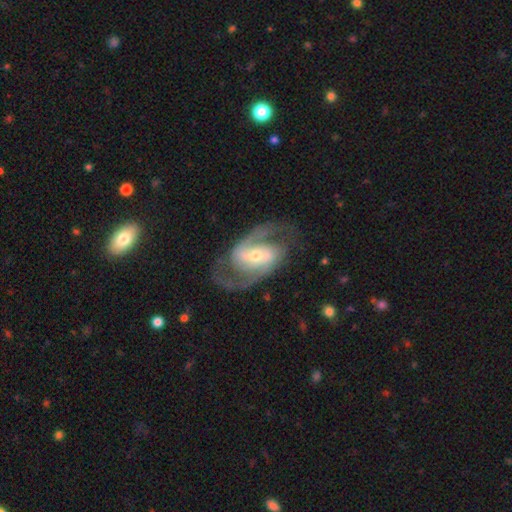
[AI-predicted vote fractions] A featured or disk galaxy (89%) with a weak bar (41%), 2 (90%) medium (57%) spiral arms (95%) and a moderate central bulge (49%).

Vote fractions:
- Smooth or featured? featured or disk: 89% / smooth: 7% / star or artifact: 5%
- Edge-on disk? no: 97% / yes: 3%
- Bar? weak: 41% / no: 31% / strong: 28%
- Spiral arms? yes: 95% / no: 5%
- Spiral winding? medium: 57% / loose: 23% / tight: 20%
- Spiral arm count? 2: 90% / can't tell: 4% / 3: 2% / 1: 2% / 4: 1% / more than 4: 1%
- Bulge size? moderate: 49% / small: 44% / large: 5% / none: 1% / dominant: 1%
- Merging? none: 74% / minor disturbance: 14% / major disturbance: 10% / merger: 1%